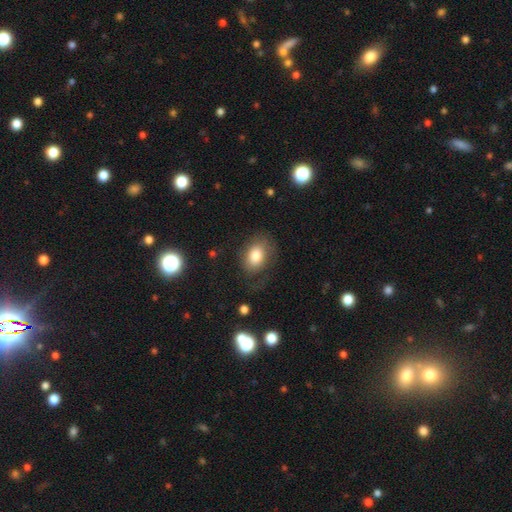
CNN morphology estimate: Q: Smooth or featured?
A: smooth (72%); runner-up: featured or disk (20%)
Q: How rounded?
A: in between (75%); runner-up: round (24%)
Q: Merging?
A: none (59%); runner-up: minor disturbance (21%)